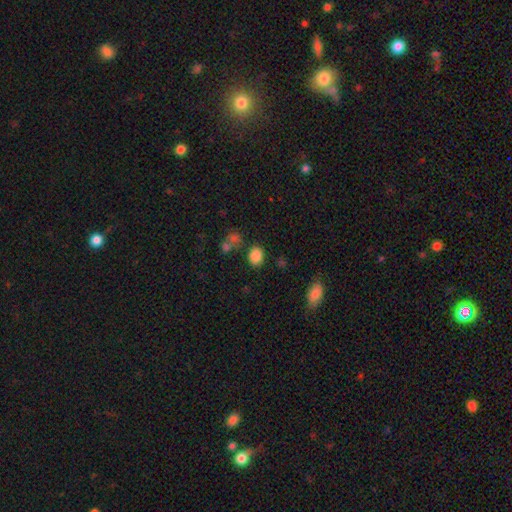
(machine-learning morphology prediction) Overall: smooth (85%). How rounded: in between (54%; round 45%). Merging: none (75%).